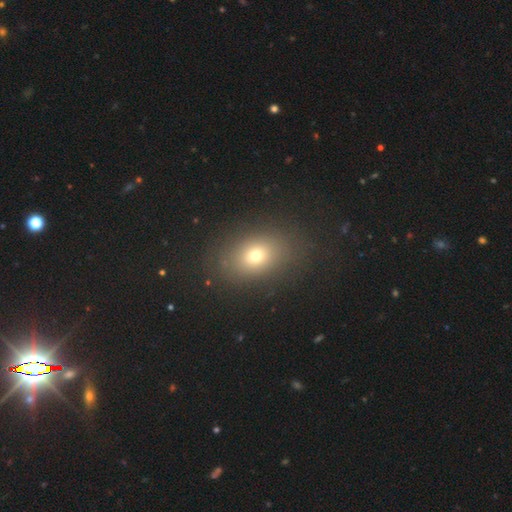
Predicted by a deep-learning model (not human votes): Smooth or featured? smooth (69%)
How rounded? in between (64%)
Merging? none (83%)